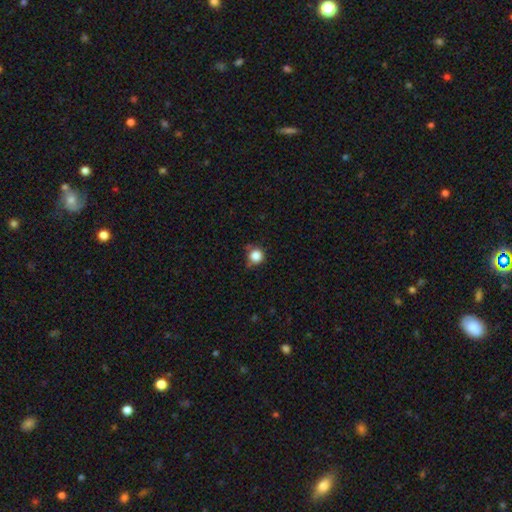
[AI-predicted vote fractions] Smooth or featured?
  - smooth: 85% *
  - star or artifact: 11%
  - featured or disk: 4%
How rounded?
  - round: 94% *
  - in between: 5%
  - cigar-shaped: 1%
Merging?
  - none: 74% *
  - minor disturbance: 18%
  - major disturbance: 4%
  - merger: 4%